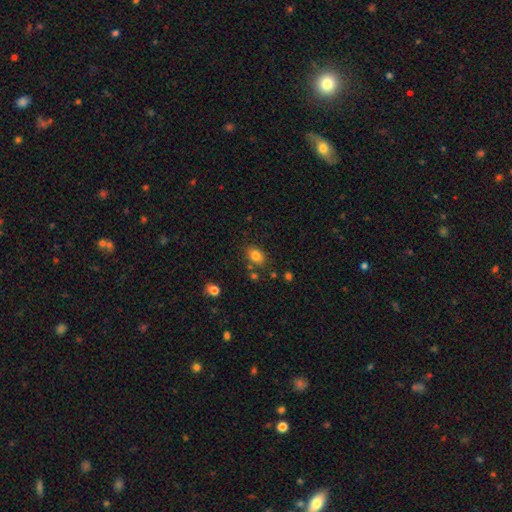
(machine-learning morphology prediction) smooth-or-featured: smooth: 82% | star or artifact: 11% | featured or disk: 7%
  how-rounded: in between: 73% | round: 26% | cigar-shaped: 1%
  merging: none: 78% | minor disturbance: 12% | merger: 6% | major disturbance: 3%